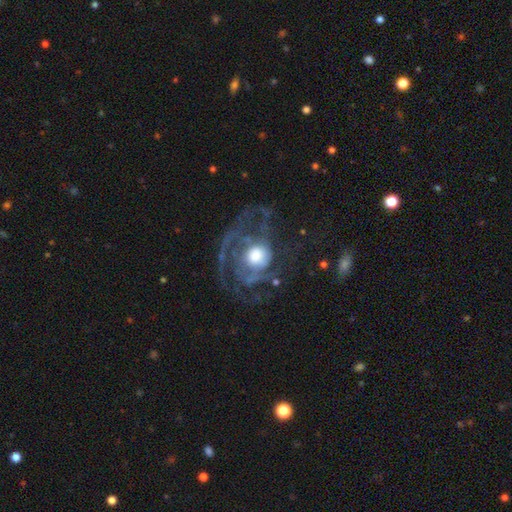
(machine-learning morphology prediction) A featured or disk galaxy (77%) with no bar (79%), medium (41%) spiral arms (79%) and a moderate central bulge (45%).

Vote fractions:
- Smooth or featured? featured or disk: 77% / smooth: 15% / star or artifact: 8%
- Edge-on disk? no: 97% / yes: 3%
- Bar? no: 79% / weak: 16% / strong: 4%
- Spiral arms? yes: 79% / no: 21%
- Spiral winding? medium: 41% / tight: 36% / loose: 23%
- Spiral arm count? can't tell: 32% / 2: 21% / 3: 20% / 1: 12% / 4: 8% / more than 4: 7%
- Bulge size? moderate: 45% / large: 42% / small: 7% / dominant: 5% / none: 2%
- Merging? none: 46% / major disturbance: 36% / minor disturbance: 16% / merger: 2%